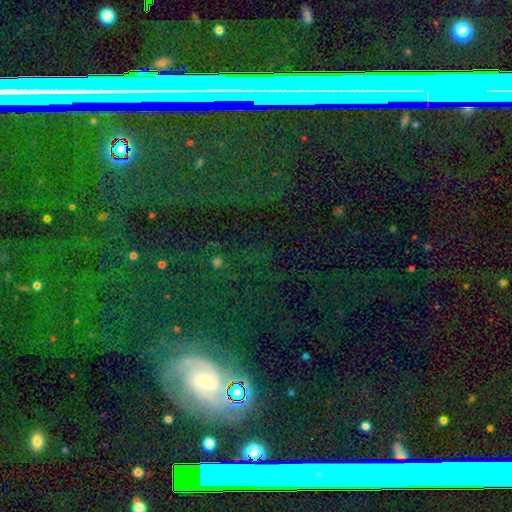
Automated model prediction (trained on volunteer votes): The model was most divided on "smooth or featured": star or artifact: 59%, featured or disk: 22%, smooth: 18%.